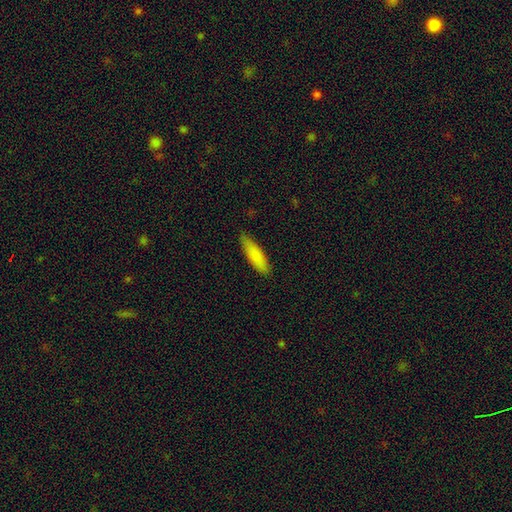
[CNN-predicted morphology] A smooth galaxy with no disk features (85%) that is cigar-shaped (62%). Merging: none (82%).